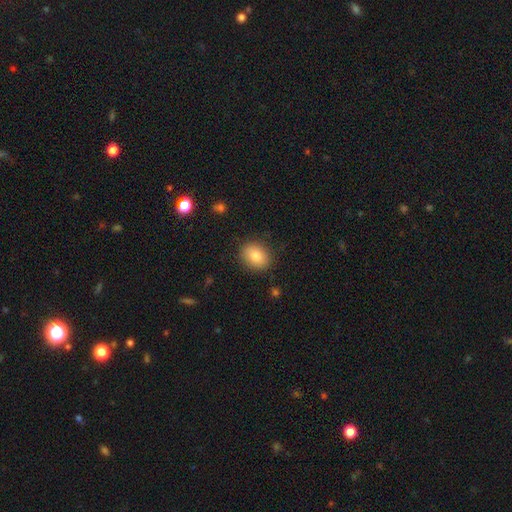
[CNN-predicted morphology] This is clearly a smooth galaxy (82%). How rounded: possibly in between (53%). Merging: clearly none (87%).